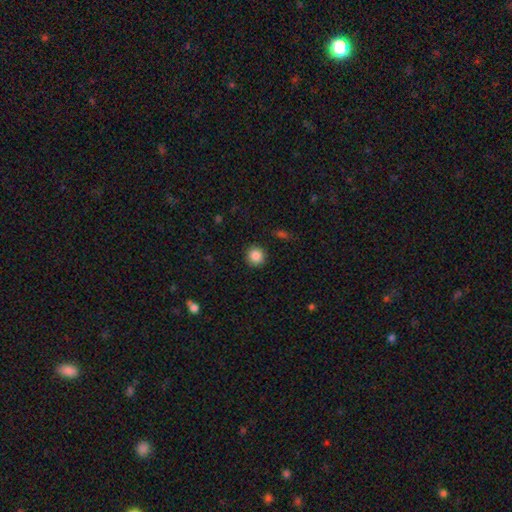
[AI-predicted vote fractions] A smooth galaxy with no disk features (87%) that is round (93%).

Vote fractions:
- Smooth or featured? smooth: 87% / star or artifact: 9% / featured or disk: 4%
- How rounded? round: 93% / in between: 6% / cigar-shaped: 1%
- Merging? none: 91% / minor disturbance: 6% / major disturbance: 2% / merger: 1%